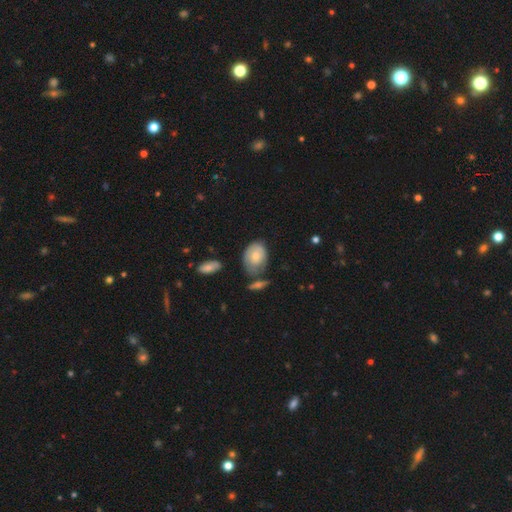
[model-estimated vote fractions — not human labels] Morphology: type=smooth (62%); roundness=in between (77%); merging=none (52%).